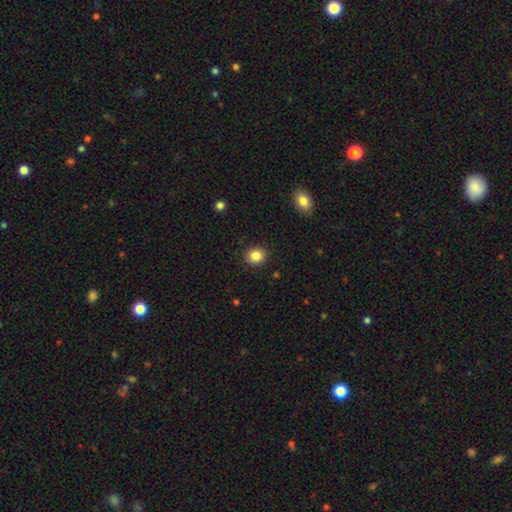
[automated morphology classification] Smooth or featured? smooth (86%)
How rounded? round (72%)
Merging? none (90%)